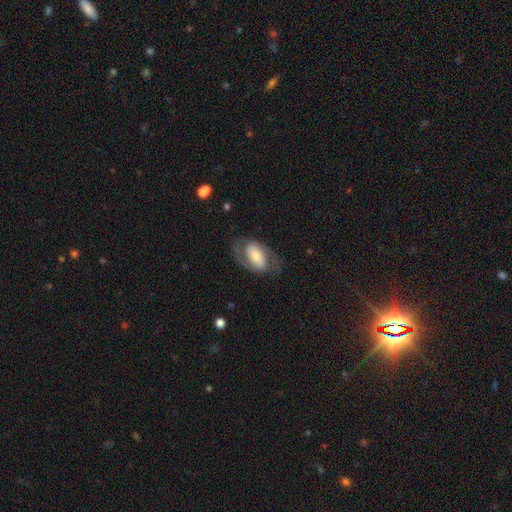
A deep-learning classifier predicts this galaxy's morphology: A featured or disk galaxy (61%) with no bar (38%), spiral arms (71%) and a moderate central bulge (45%). Merging: none (68%).